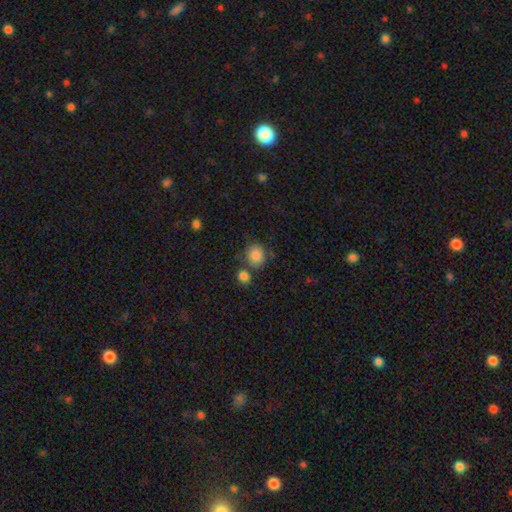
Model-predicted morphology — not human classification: Smooth or featured? Predicted: smooth (p=0.86). How rounded? Predicted: round (p=0.70). Merging? Predicted: none (p=0.67).